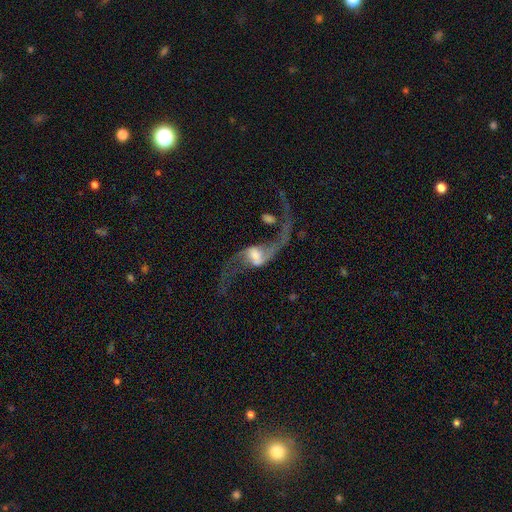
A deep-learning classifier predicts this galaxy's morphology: A featured or disk galaxy (86%) with a weak bar (45%), 2 (93%) loose (93%) spiral arms (95%) and a moderate central bulge (36%). Merging: none (50%).